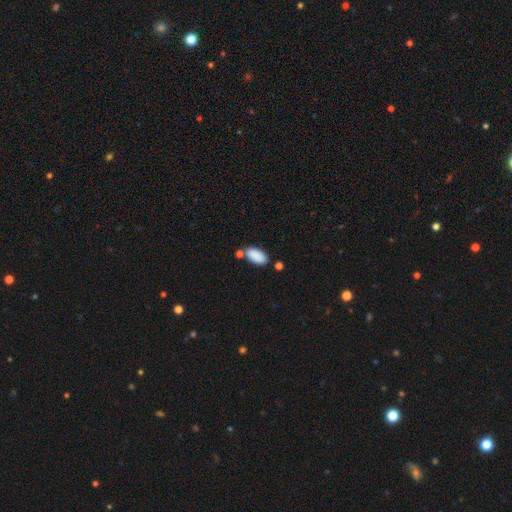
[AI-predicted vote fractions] Overall: smooth (89%). How rounded: in between (93%). Merging: none (69%).